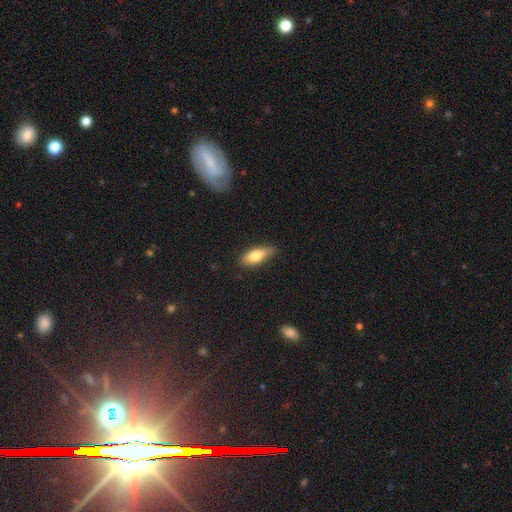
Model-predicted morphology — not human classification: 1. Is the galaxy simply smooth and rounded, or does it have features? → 75% smooth, 18% featured or disk, 6% star or artifact.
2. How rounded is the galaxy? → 72% in between, 25% cigar-shaped, 3% round.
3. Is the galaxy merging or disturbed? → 81% none, 16% minor disturbance, 3% major disturbance, 1% merger.